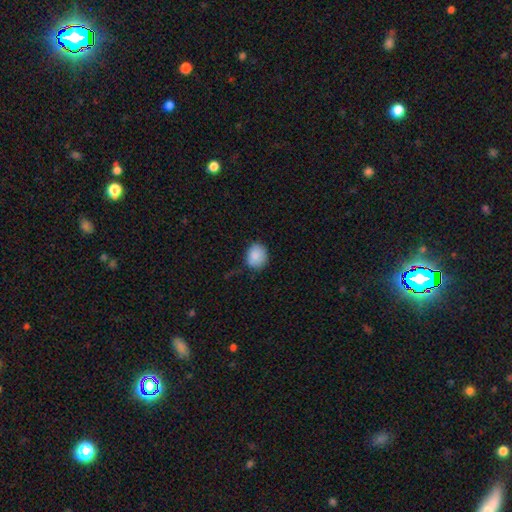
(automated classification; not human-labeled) Smooth or featured: smooth — 87% (star or artifact — 8%)
How rounded: round — 61% (in between — 38%)
Merging: none — 66% (minor disturbance — 26%)